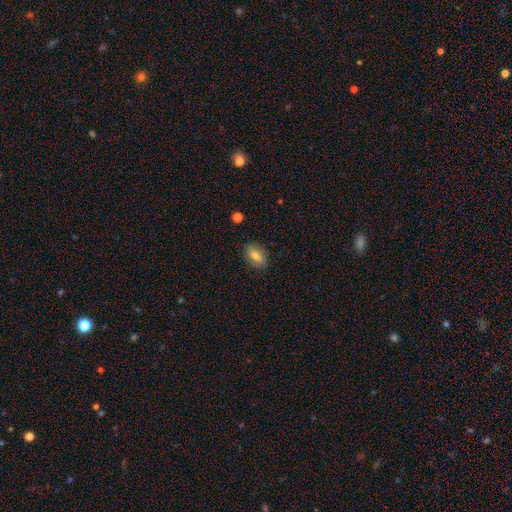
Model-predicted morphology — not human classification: Q: Smooth or featured?
A: smooth (69%); runner-up: featured or disk (23%)
Q: How rounded?
A: in between (84%); runner-up: round (8%)
Q: Merging?
A: none (83%); runner-up: minor disturbance (13%)